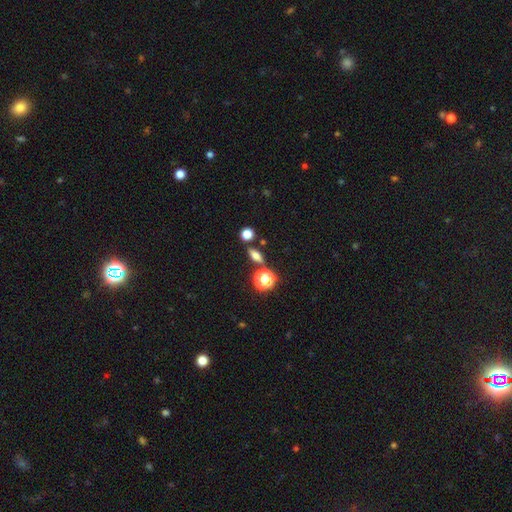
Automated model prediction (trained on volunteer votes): Smooth or featured: smooth — 61% (featured or disk — 22%)
How rounded: in between — 52% (round — 24%)
Merging: none — 81% (minor disturbance — 9%)